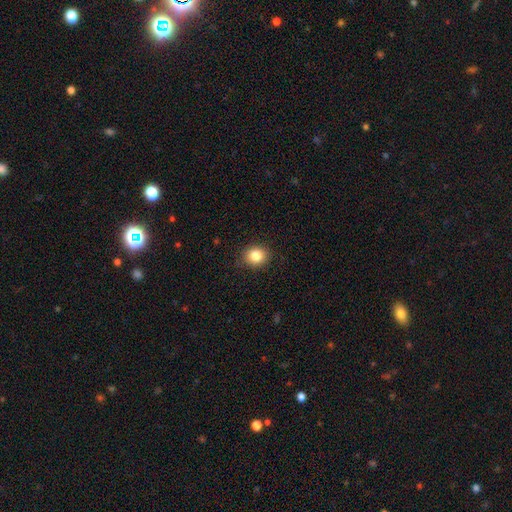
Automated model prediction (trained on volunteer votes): smooth 84%, star or artifact 10%, featured or disk 6%. Down the decision tree: how rounded — round (73%); merging — none (88%).